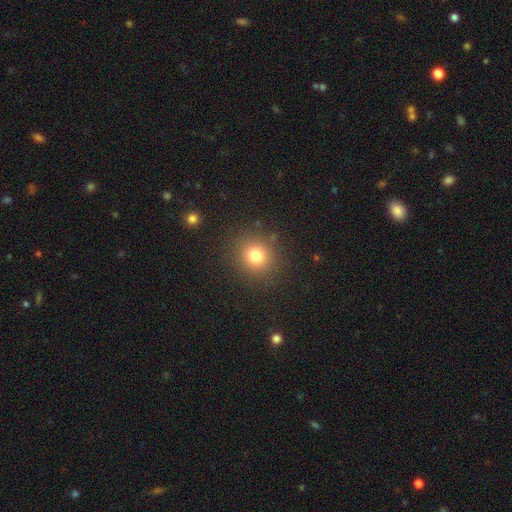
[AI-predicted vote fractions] Smooth or featured? Predicted: smooth (p=0.77). How rounded? Predicted: round (p=0.88). Merging? Predicted: none (p=0.88).